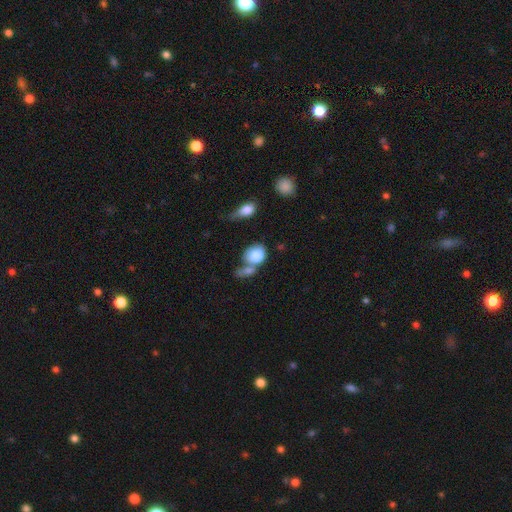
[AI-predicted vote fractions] Smooth or featured?
  - smooth: 79% *
  - featured or disk: 14%
  - star or artifact: 7%
How rounded?
  - round: 51% *
  - in between: 47%
  - cigar-shaped: 2%
Merging?
  - merger: 46% *
  - none: 29%
  - minor disturbance: 15%
  - major disturbance: 10%